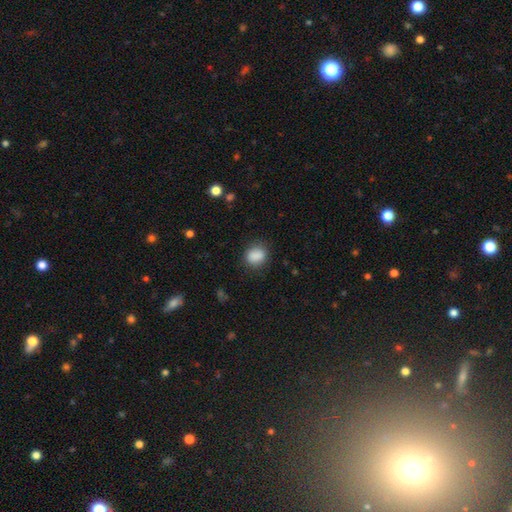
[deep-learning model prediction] Morphology: type=smooth (87%); roundness=round (52%); merging=none (81%).